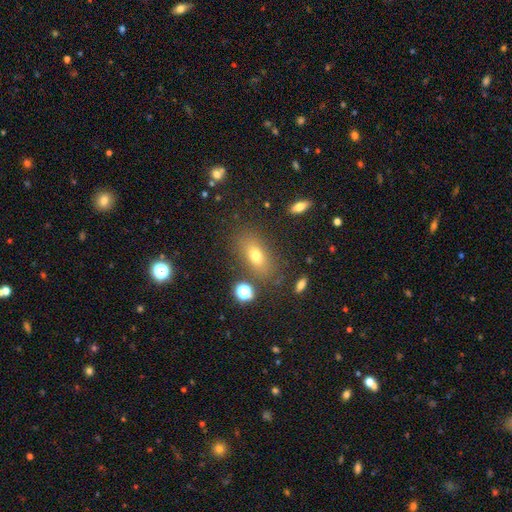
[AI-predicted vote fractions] Smooth or featured?
  - smooth: 68% *
  - featured or disk: 16%
  - star or artifact: 16%
How rounded?
  - in between: 78% *
  - round: 12%
  - cigar-shaped: 10%
Merging?
  - none: 79% *
  - minor disturbance: 12%
  - merger: 5%
  - major disturbance: 4%